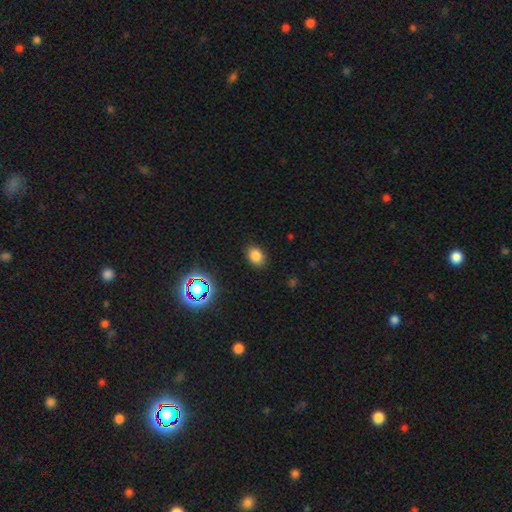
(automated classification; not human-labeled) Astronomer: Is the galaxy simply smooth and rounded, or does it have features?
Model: smooth — 80%.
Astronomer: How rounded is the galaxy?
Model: in between — 68%.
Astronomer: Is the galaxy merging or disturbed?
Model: none — 86%.